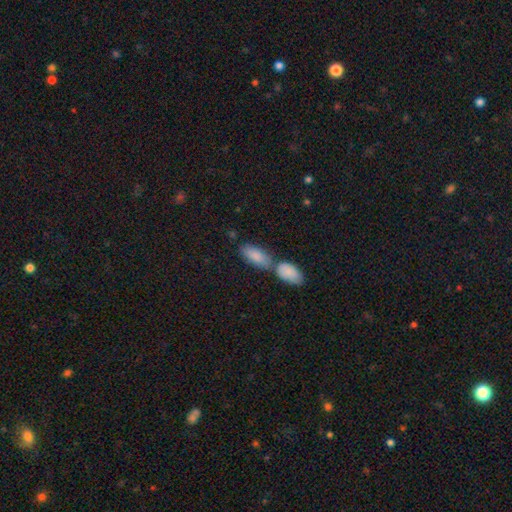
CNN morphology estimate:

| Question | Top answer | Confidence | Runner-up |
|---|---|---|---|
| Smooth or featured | smooth | 85% | featured or disk (9%) |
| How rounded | in between | 85% | cigar-shaped (13%) |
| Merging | none | 47% | merger (36%) |